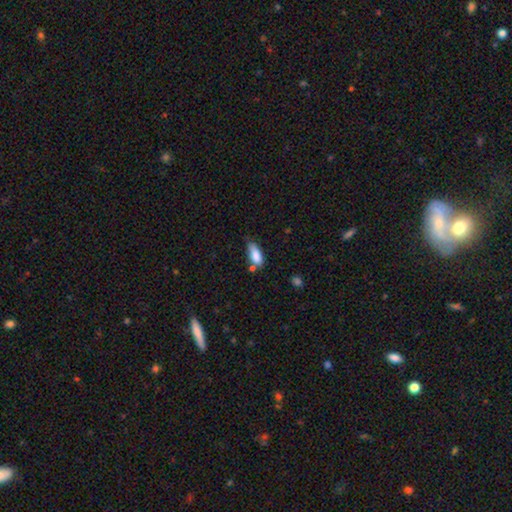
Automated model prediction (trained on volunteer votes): This is clearly a smooth galaxy (84%). How rounded: likely in between (79%). Merging: possibly none (54%).